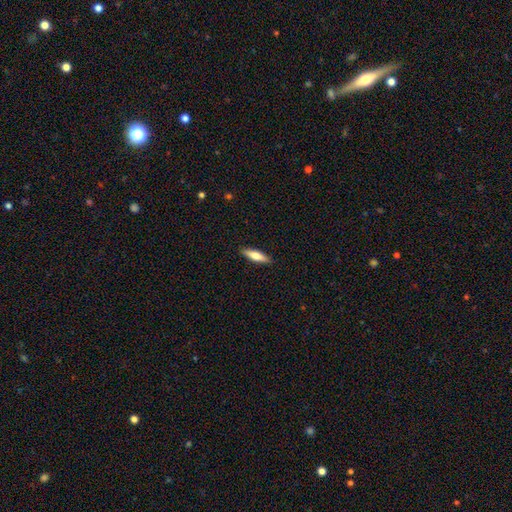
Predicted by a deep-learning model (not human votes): smooth-or-featured: smooth: 67% | featured or disk: 27% | star or artifact: 6%
  how-rounded: cigar-shaped: 63% | in between: 35% | round: 2%
  merging: none: 90% | minor disturbance: 7% | major disturbance: 2% | merger: 1%